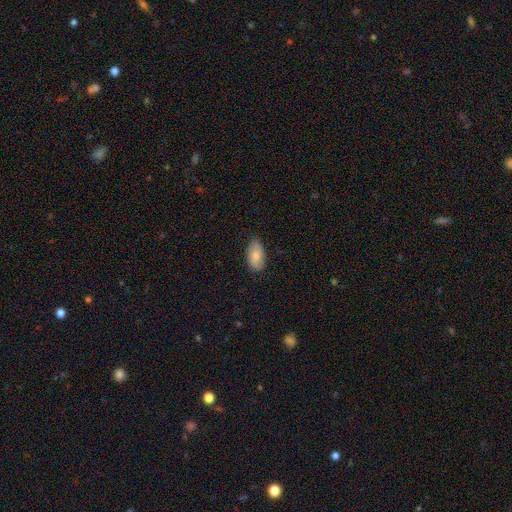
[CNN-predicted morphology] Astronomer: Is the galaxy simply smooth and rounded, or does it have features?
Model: smooth — 75%.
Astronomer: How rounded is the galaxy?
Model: in between — 94%.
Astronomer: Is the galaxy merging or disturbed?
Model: none — 79%.